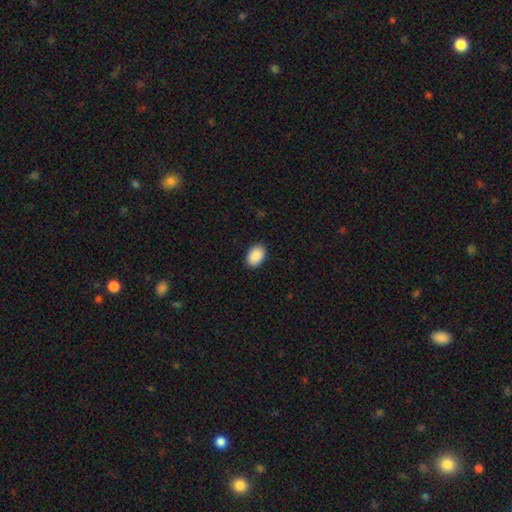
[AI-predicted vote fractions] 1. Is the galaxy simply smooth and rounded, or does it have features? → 91% smooth, 7% star or artifact, 2% featured or disk.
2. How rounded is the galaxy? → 88% in between, 11% round, 1% cigar-shaped.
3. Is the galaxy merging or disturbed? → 90% none, 8% minor disturbance, 2% major disturbance, 1% merger.